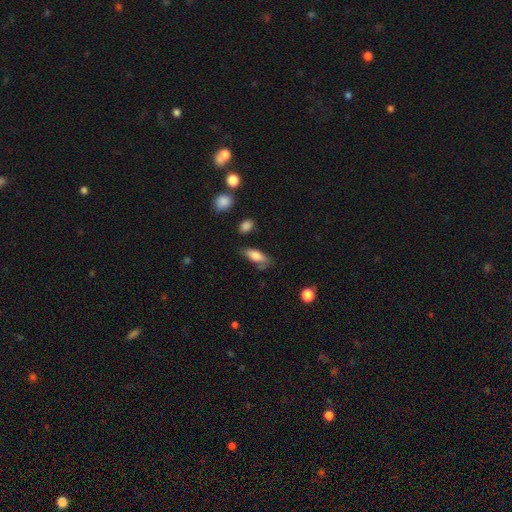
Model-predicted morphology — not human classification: The model was most divided on "merging": none: 61%, minor disturbance: 27%, major disturbance: 7%, merger: 4%. More confident: smooth or featured — smooth (78%); how rounded — in between (76%).